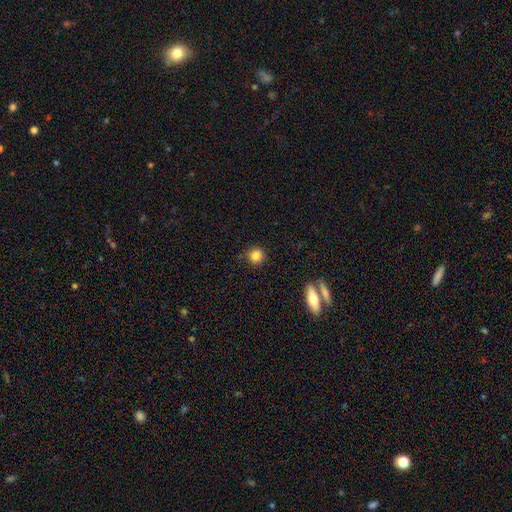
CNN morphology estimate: A smooth galaxy with no disk features (84%) that is round (88%).

Vote fractions:
- Smooth or featured? smooth: 84% / star or artifact: 10% / featured or disk: 5%
- How rounded? round: 88% / in between: 10% / cigar-shaped: 1%
- Merging? none: 80% / minor disturbance: 14% / major disturbance: 3% / merger: 3%